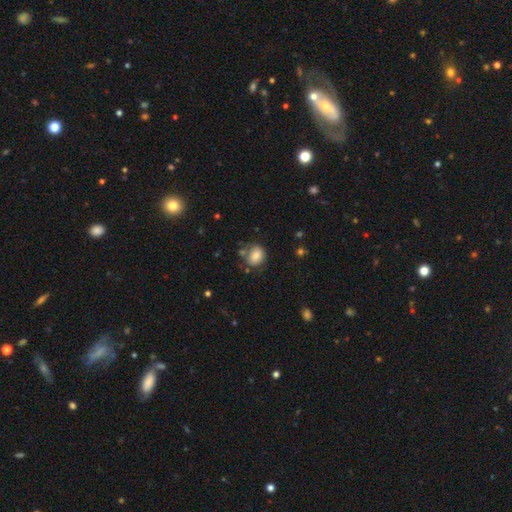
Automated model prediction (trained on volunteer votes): Smooth or featured: smooth — 81% (featured or disk — 10%)
How rounded: in between — 52% (round — 47%)
Merging: none — 62% (minor disturbance — 22%)